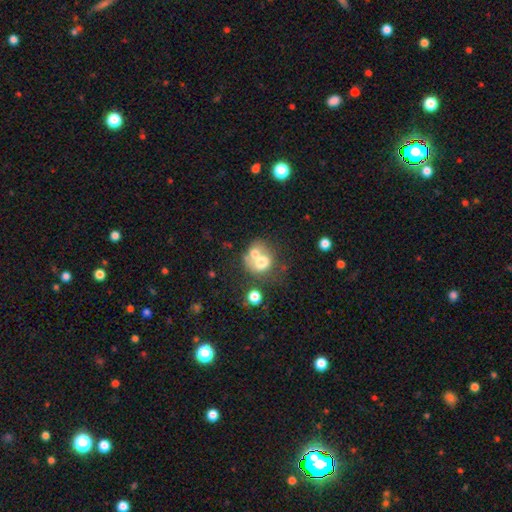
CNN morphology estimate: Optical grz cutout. It shows a smooth galaxy with no disk features (64%) that is round (63%). Merging: merger (61%).